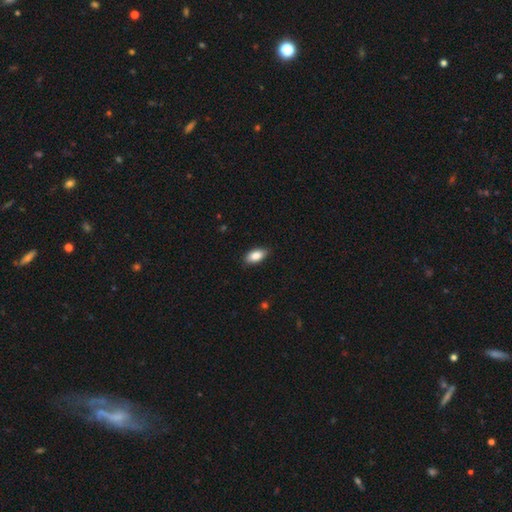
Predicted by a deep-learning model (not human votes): A smooth galaxy with no disk features (87%) that is in between round and cigar-shaped (91%). Merging: none (86%).